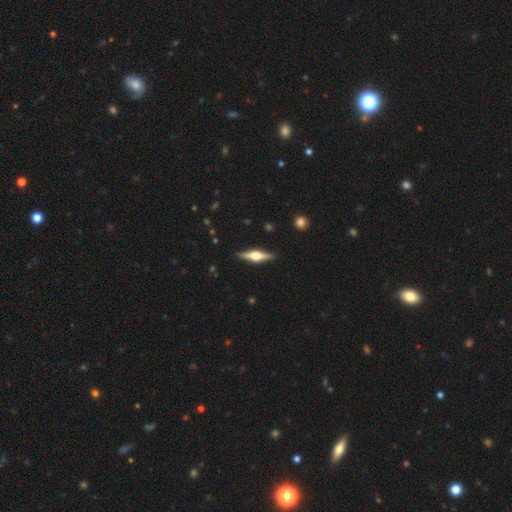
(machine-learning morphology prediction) smooth-or-featured: featured or disk: 70% | smooth: 25% | star or artifact: 5%
  disk-edge-on: yes: 97% | no: 3%
    edge-on-bulge: rounded: 93% | boxy: 6% | none: 2%
  merging: none: 90% | minor disturbance: 7% | major disturbance: 2% | merger: 1%